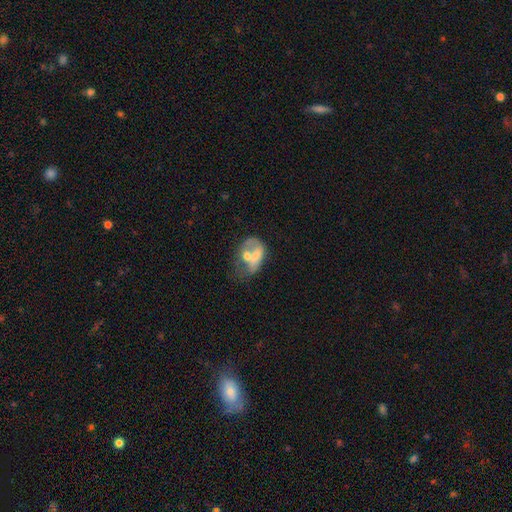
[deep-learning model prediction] Morphology: type=smooth (47%); merging=merger (49%).